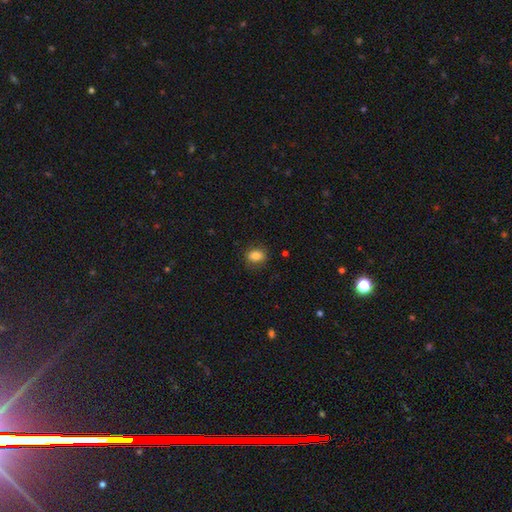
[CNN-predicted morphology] type=smooth (82%); roundness=in between (59%); merging=none (84%).